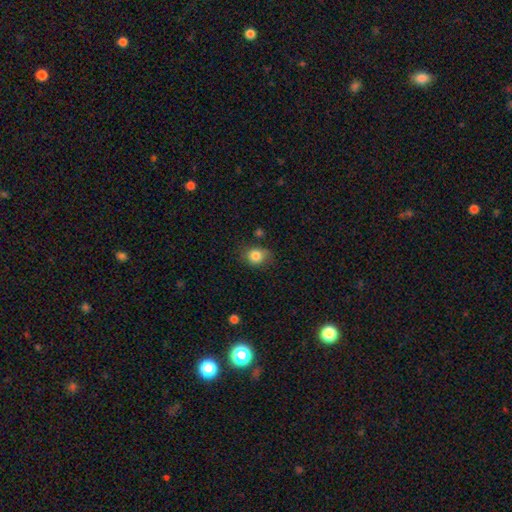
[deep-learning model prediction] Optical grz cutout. It shows a smooth galaxy with no disk features (83%) that is round (64%). Merging: none (70%).